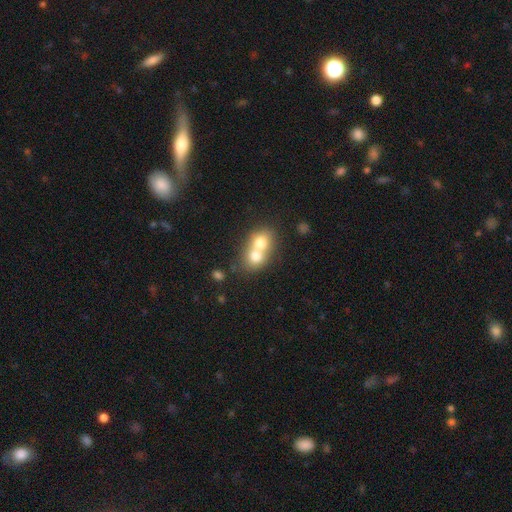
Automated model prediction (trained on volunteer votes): smooth_or_featured: smooth (p=0.69) [alt: featured or disk p=0.22]
how_rounded: round (p=0.59) [alt: in between p=0.40]
merging: merger (p=0.76) [alt: none p=0.17]